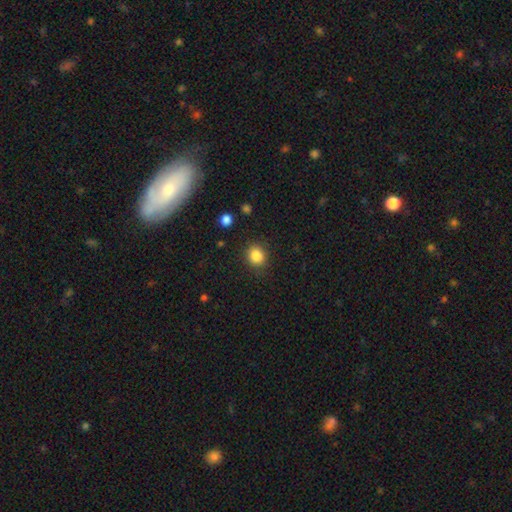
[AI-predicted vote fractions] smooth 86%, star or artifact 10%, featured or disk 4%. Down the decision tree: how rounded — round (81%); merging — none (86%).